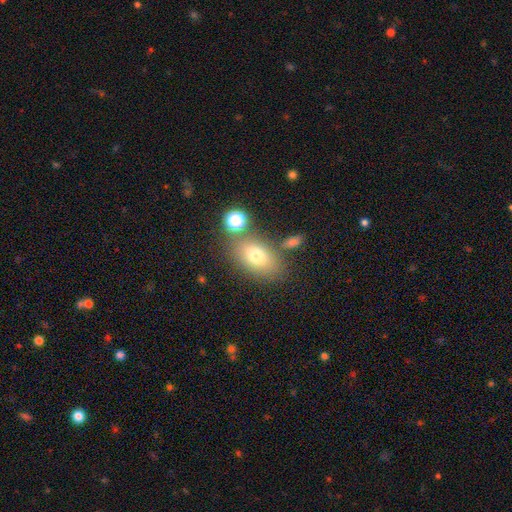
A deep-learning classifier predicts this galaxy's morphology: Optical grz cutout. It shows a smooth galaxy with no disk features (73%) that is in between round and cigar-shaped (84%). Merging: none (68%).